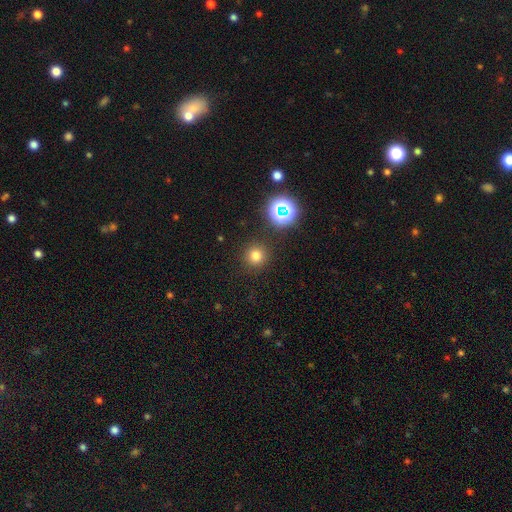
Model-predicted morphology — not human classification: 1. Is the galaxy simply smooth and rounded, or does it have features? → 73% smooth, 20% star or artifact, 7% featured or disk.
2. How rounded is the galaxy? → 95% round, 4% in between, 1% cigar-shaped.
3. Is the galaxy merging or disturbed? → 89% none, 6% minor disturbance, 3% major disturbance, 2% merger.